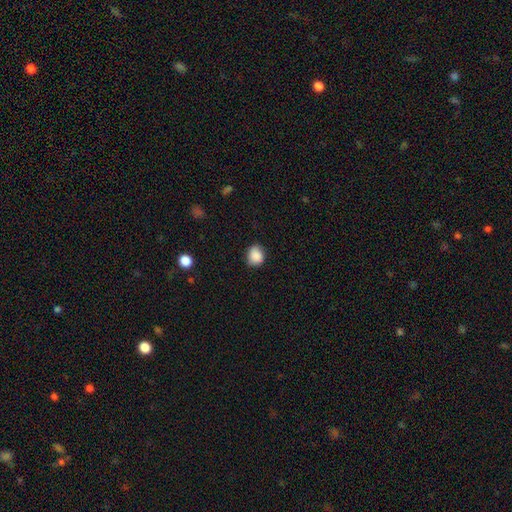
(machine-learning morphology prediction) Overall: smooth (88%). How rounded: round (61%; in between 38%). Merging: none (79%).